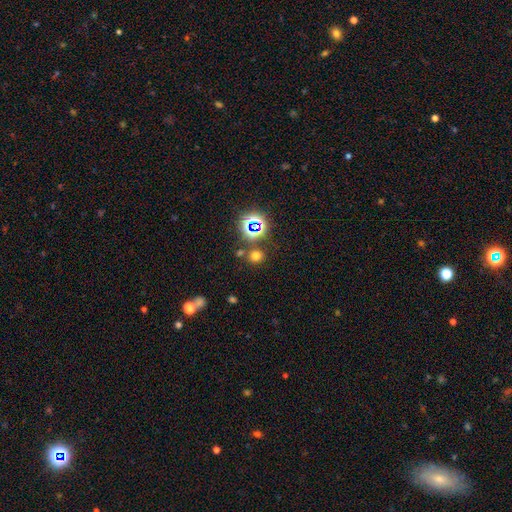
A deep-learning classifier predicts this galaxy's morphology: smooth 64%, star or artifact 30%, featured or disk 7%. Down the decision tree: how rounded — round (82%); merging — none (78%).